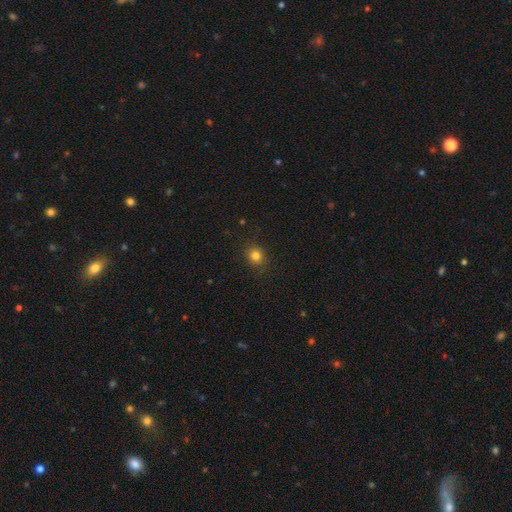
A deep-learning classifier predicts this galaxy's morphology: smooth 82%, star or artifact 13%, featured or disk 5%. Down the decision tree: how rounded — round (83%); merging — none (89%).